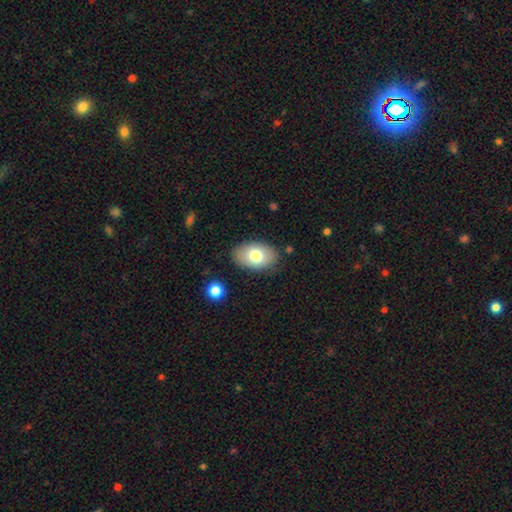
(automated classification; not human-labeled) Q: Smooth or featured?
A: smooth (74%); runner-up: featured or disk (19%)
Q: How rounded?
A: in between (90%); runner-up: round (8%)
Q: Merging?
A: none (84%); runner-up: minor disturbance (12%)